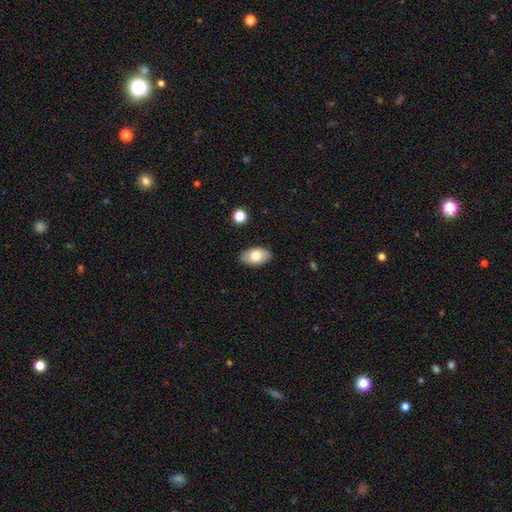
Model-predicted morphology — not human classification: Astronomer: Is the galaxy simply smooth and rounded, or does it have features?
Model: smooth — 76%.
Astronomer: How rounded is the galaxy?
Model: in between — 93%.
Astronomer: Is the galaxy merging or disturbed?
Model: none — 87%.